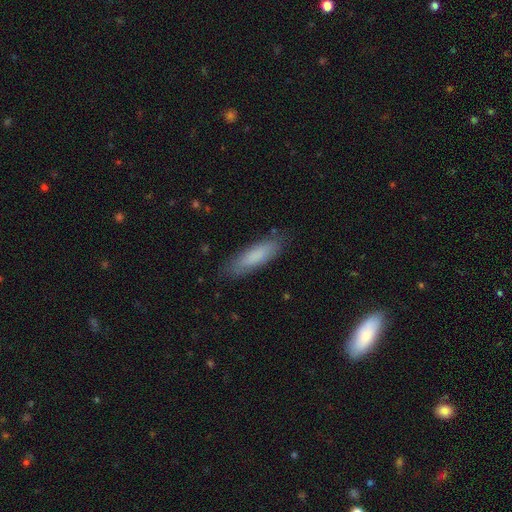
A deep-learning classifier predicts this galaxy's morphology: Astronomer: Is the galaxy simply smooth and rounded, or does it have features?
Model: smooth — 81%.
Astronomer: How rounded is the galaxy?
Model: cigar-shaped — 63%.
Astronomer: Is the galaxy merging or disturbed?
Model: none — 84%.